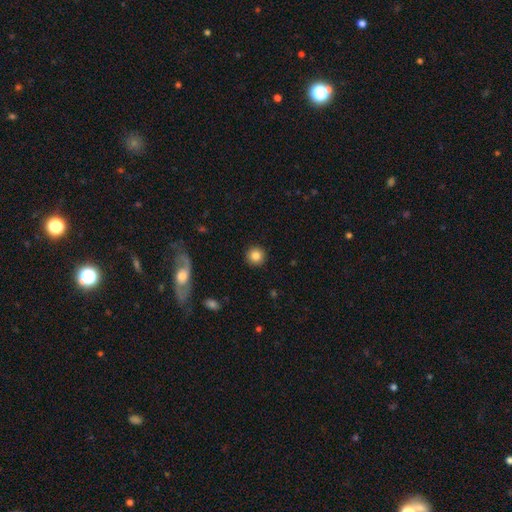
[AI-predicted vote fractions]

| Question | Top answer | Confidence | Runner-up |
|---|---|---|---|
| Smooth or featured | smooth | 84% | star or artifact (10%) |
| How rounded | round | 94% | in between (5%) |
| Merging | none | 92% | minor disturbance (5%) |